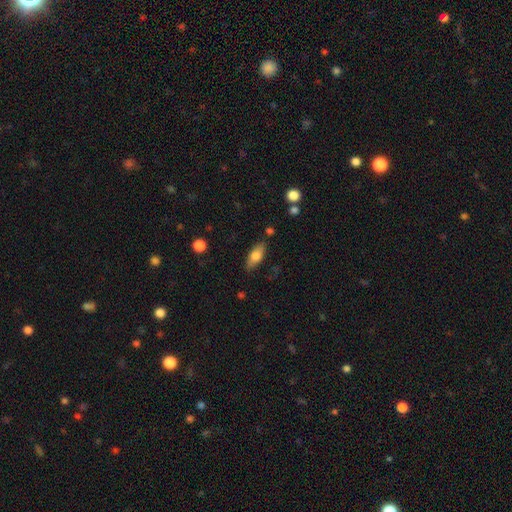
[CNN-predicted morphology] Smooth or featured? smooth (71%)
How rounded? in between (76%)
Merging? none (83%)